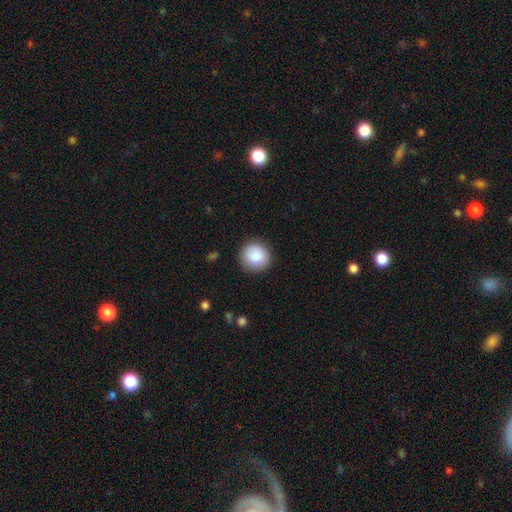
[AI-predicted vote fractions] Overall: smooth (87%). How rounded: round (93%). Merging: none (88%).